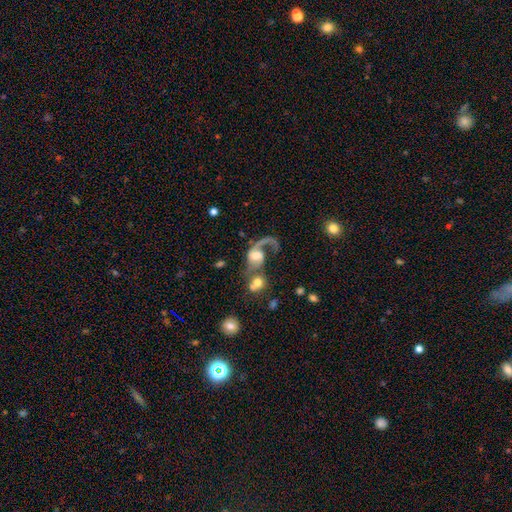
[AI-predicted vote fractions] Q: Smooth or featured?
A: featured or disk (74%); runner-up: smooth (18%)
Q: Edge-on disk?
A: no (97%); runner-up: yes (3%)
Q: Bar?
A: no (54%); runner-up: weak (36%)
Q: Spiral arms?
A: yes (89%); runner-up: no (11%)
Q: Spiral winding?
A: loose (75%); runner-up: medium (20%)
Q: Spiral arm count?
A: 1 (58%); runner-up: 2 (37%)
Q: Bulge size?
A: moderate (47%); runner-up: small (24%)
Q: Merging?
A: merger (40%); runner-up: major disturbance (31%)